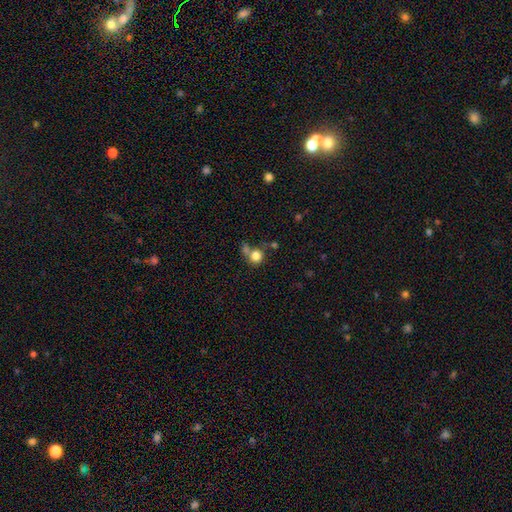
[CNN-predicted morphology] The model was most divided on "merging": none: 47%, merger: 32%, minor disturbance: 12%, major disturbance: 8%. More confident: how rounded — round (84%); smooth or featured — smooth (81%).